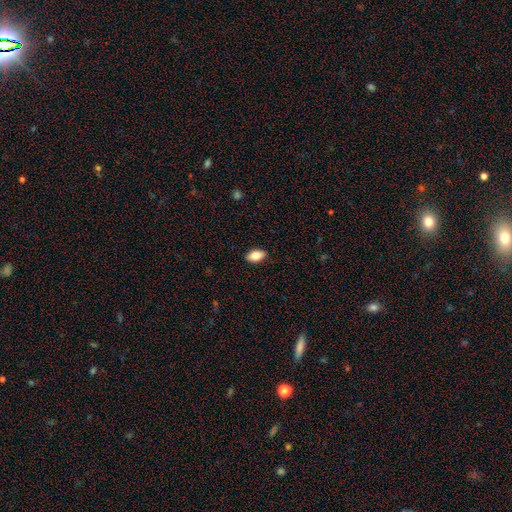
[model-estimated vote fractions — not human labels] Smooth or featured? smooth (82%)
How rounded? in between (92%)
Merging? none (88%)